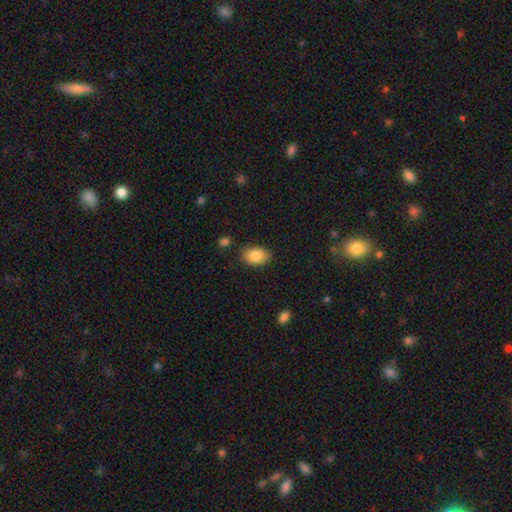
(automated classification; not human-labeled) Smooth or featured? Predicted: smooth (p=0.84). How rounded? Predicted: in between (p=0.87). Merging? Predicted: none (p=0.82).